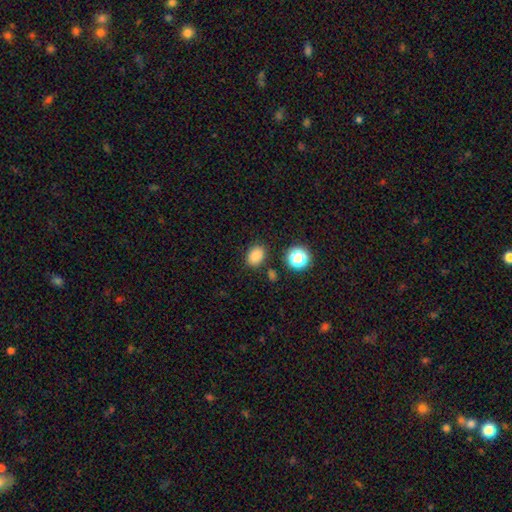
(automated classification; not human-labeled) Q: Smooth or featured?
A: smooth (82%); runner-up: star or artifact (13%)
Q: How rounded?
A: in between (66%); runner-up: round (33%)
Q: Merging?
A: none (82%); runner-up: minor disturbance (10%)